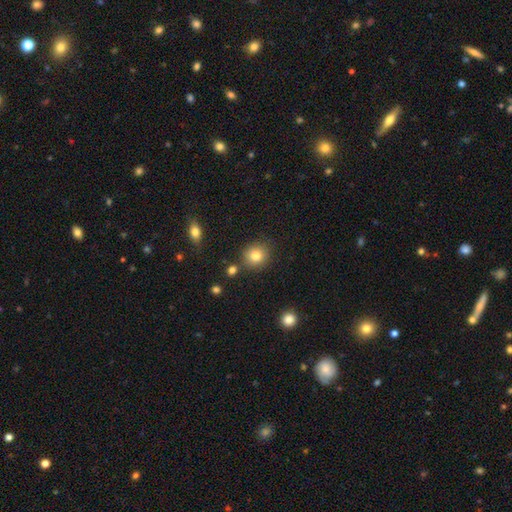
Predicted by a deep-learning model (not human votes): A smooth galaxy with no disk features (82%) that is round (86%).

Vote fractions:
- Smooth or featured? smooth: 82% / star or artifact: 11% / featured or disk: 8%
- How rounded? round: 86% / in between: 14% / cigar-shaped: 1%
- Merging? none: 82% / minor disturbance: 10% / merger: 6% / major disturbance: 3%